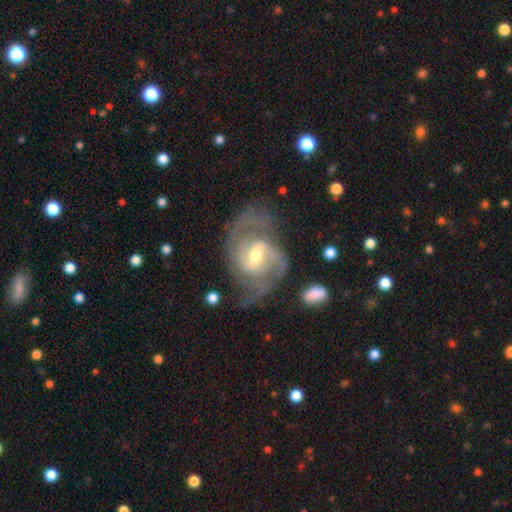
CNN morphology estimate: Smooth or featured: featured or disk — 90% (smooth — 5%)
Edge-on disk: no — 97% (yes — 3%)
Bar: weak — 53% (no — 26%)
Spiral arms: yes — 96% (no — 4%)
Spiral winding: medium — 52% (tight — 31%)
Spiral arm count: 2 — 74% (3 — 9%)
Bulge size: moderate — 68% (small — 24%)
Merging: none — 62% (minor disturbance — 21%)